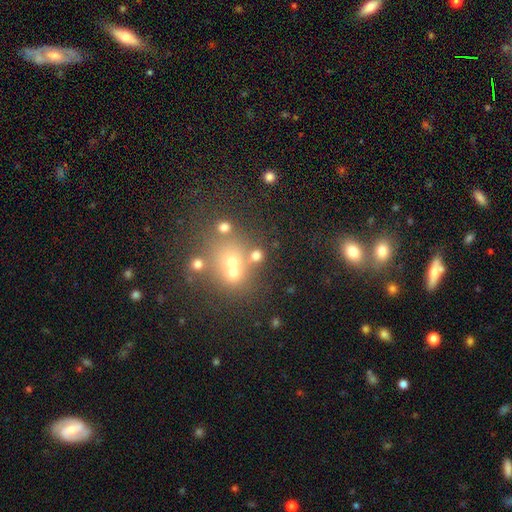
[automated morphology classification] smooth 63%, star or artifact 23%, featured or disk 14%. Down the decision tree: how rounded — round (80%); merging — none (58%).